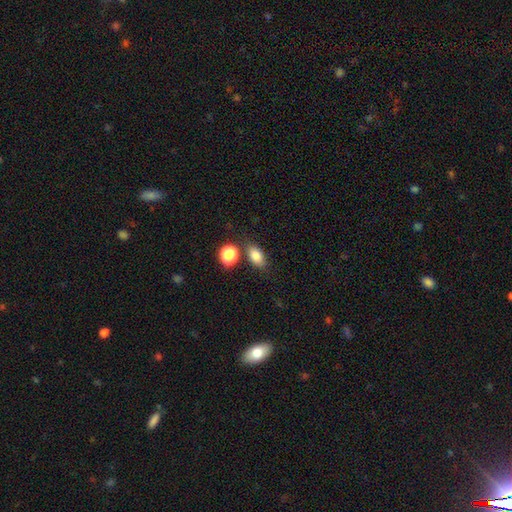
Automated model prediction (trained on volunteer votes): Overall: smooth (83%). How rounded: in between (83%). Merging: none (75%).